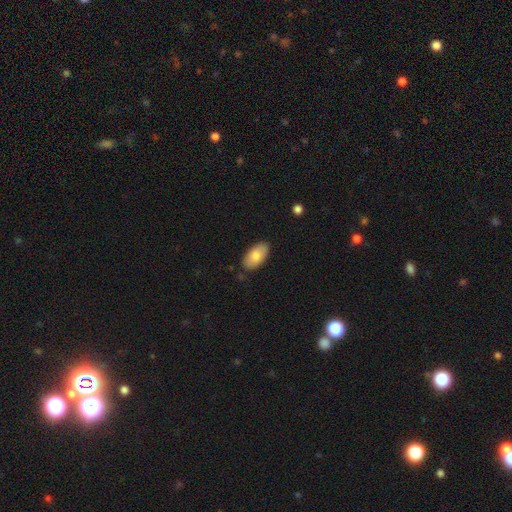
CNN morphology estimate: smooth-or-featured: smooth: 78% | featured or disk: 16% | star or artifact: 6%
  how-rounded: in between: 95% | round: 3% | cigar-shaped: 2%
  merging: none: 85% | minor disturbance: 11% | major disturbance: 2% | merger: 2%